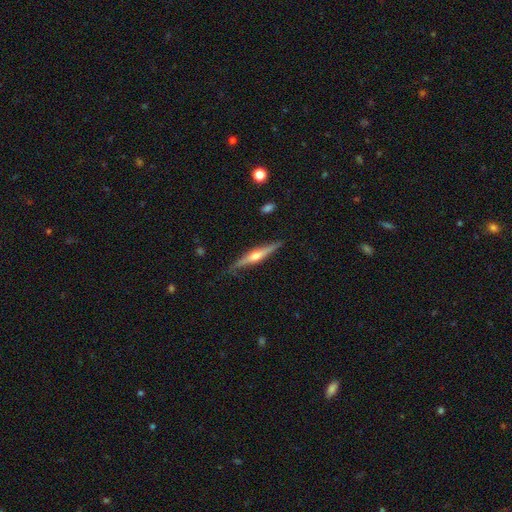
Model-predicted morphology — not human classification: type=featured or disk (72%); edge-on=yes (97%); edge-on bulge=rounded (88%); merging=none (85%).